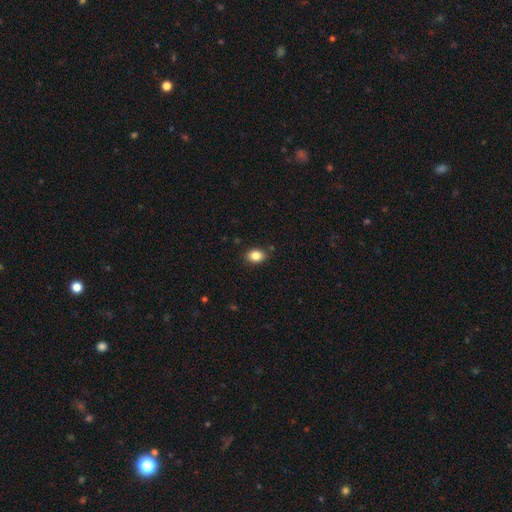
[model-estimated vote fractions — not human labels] The model was most divided on "how rounded": in between: 68%, round: 31%, cigar-shaped: 1%. More confident: merging — none (86%); smooth or featured — smooth (85%).